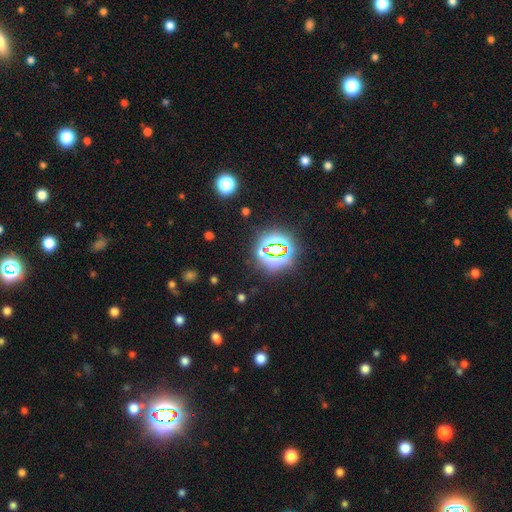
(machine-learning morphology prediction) The model was most divided on "smooth or featured": star or artifact: 78%, smooth: 15%, featured or disk: 7%.